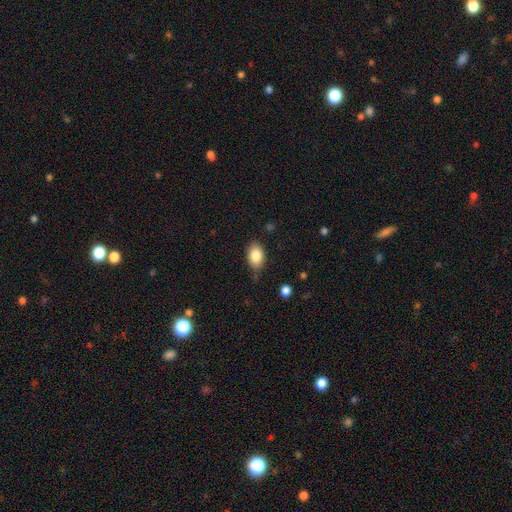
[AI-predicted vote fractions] Smooth or featured?
  - smooth: 84% *
  - featured or disk: 8%
  - star or artifact: 8%
How rounded?
  - in between: 85% *
  - round: 14%
  - cigar-shaped: 1%
Merging?
  - none: 76% *
  - minor disturbance: 18%
  - major disturbance: 3%
  - merger: 2%